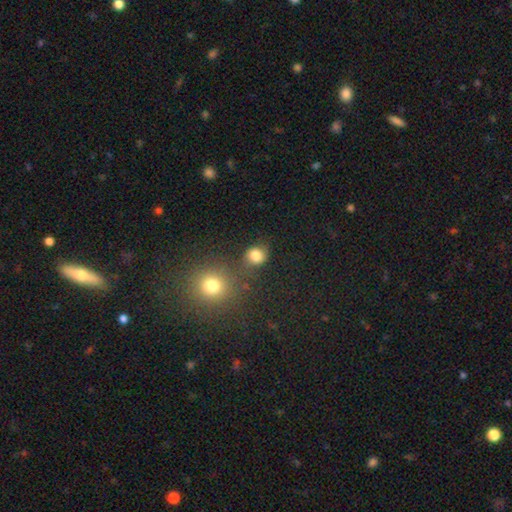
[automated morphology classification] A smooth galaxy with no disk features (79%) that is round (75%).

Vote fractions:
- Smooth or featured? smooth: 79% / star or artifact: 13% / featured or disk: 8%
- How rounded? round: 75% / in between: 24% / cigar-shaped: 1%
- Merging? none: 65% / minor disturbance: 16% / merger: 12% / major disturbance: 7%